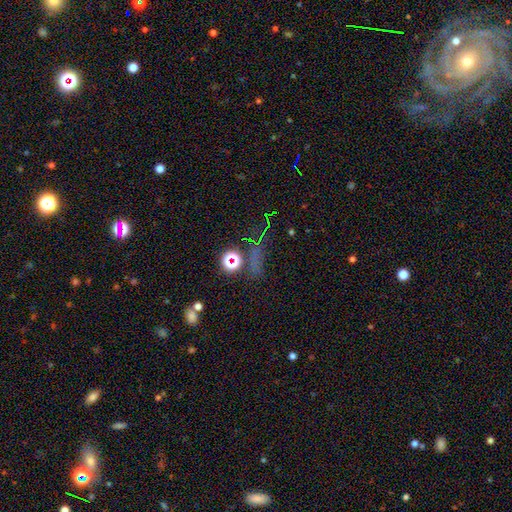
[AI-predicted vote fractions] Smooth or featured? Predicted: star or artifact (p=0.71).